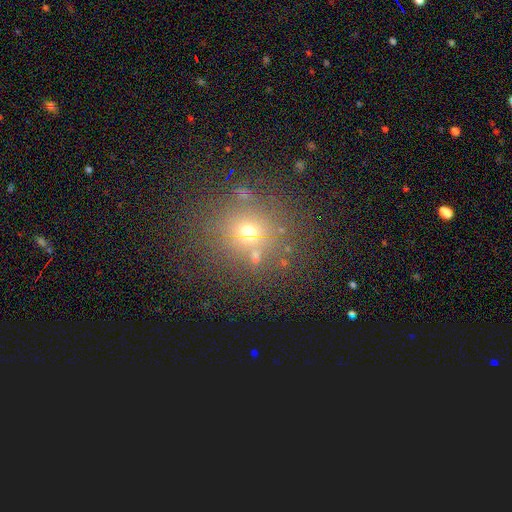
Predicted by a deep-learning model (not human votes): A smooth galaxy with no disk features (49%). Merging: none (78%).